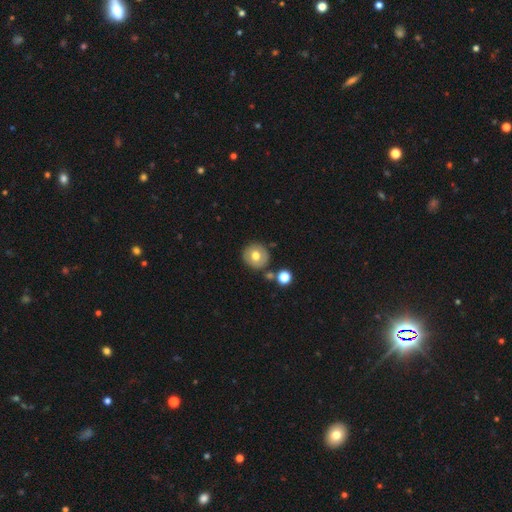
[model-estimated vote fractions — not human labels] Morphology: type=smooth (65%); roundness=round (91%); merging=none (80%).